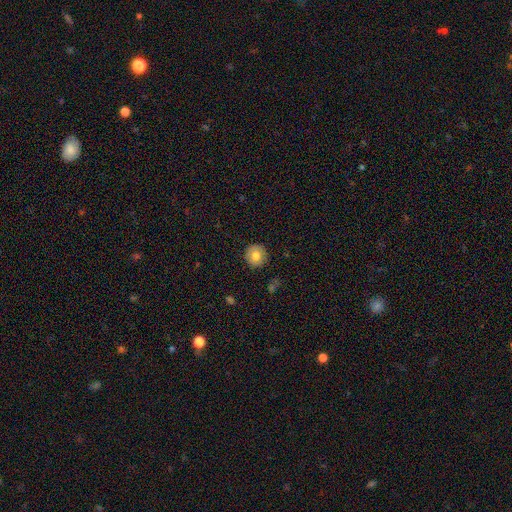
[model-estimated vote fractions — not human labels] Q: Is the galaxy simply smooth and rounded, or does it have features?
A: smooth — 77%.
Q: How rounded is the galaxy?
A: round — 93%.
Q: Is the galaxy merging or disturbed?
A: none — 88%.